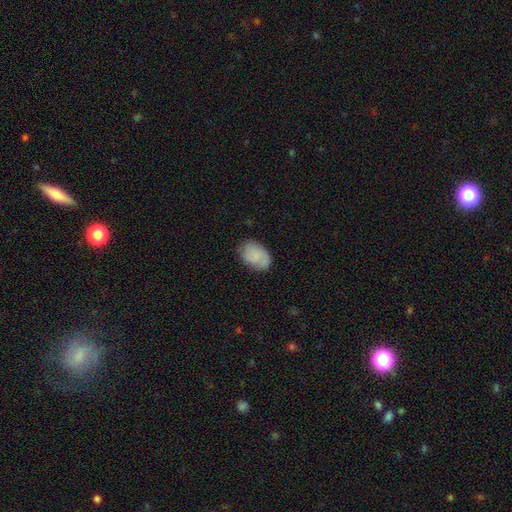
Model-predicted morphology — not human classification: This appears to be a smooth galaxy with no disk features (83%) that is in between round and cigar-shaped (86%). Merging: none (76%).